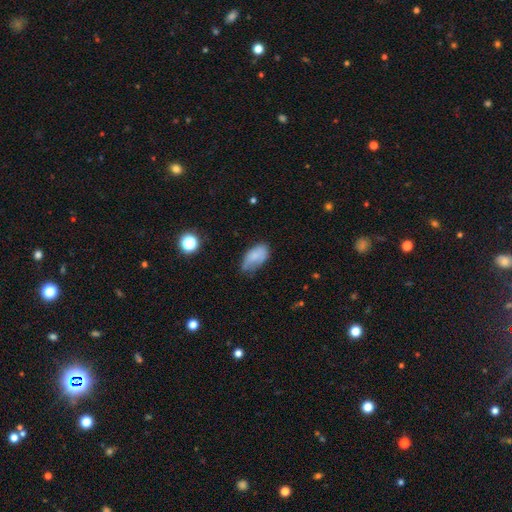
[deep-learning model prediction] smooth-or-featured: smooth: 76% | featured or disk: 16% | star or artifact: 8%
  how-rounded: in between: 93% | round: 4% | cigar-shaped: 3%
  merging: none: 48% | minor disturbance: 38% | major disturbance: 12% | merger: 3%